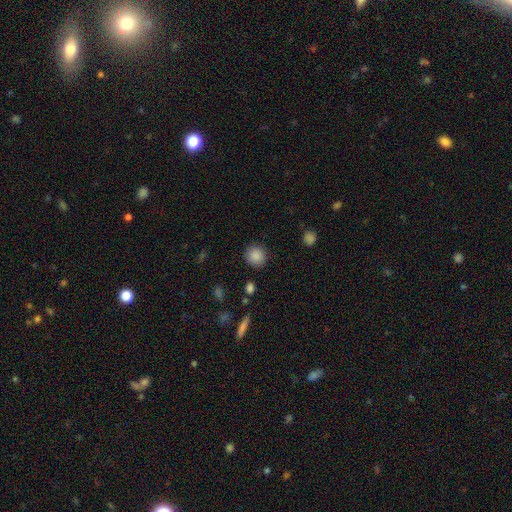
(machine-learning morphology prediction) The model was most divided on "smooth or featured": smooth: 87%, star or artifact: 9%, featured or disk: 4%. More confident: how rounded — round (92%); merging — none (89%).